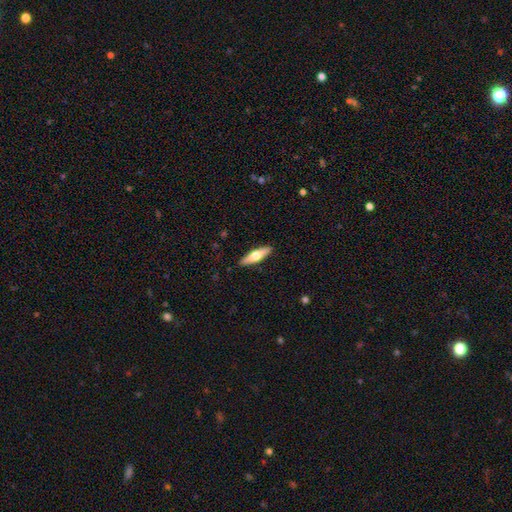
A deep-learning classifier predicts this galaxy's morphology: Overall: smooth (48%; featured or disk 47%). Merging: none (90%).